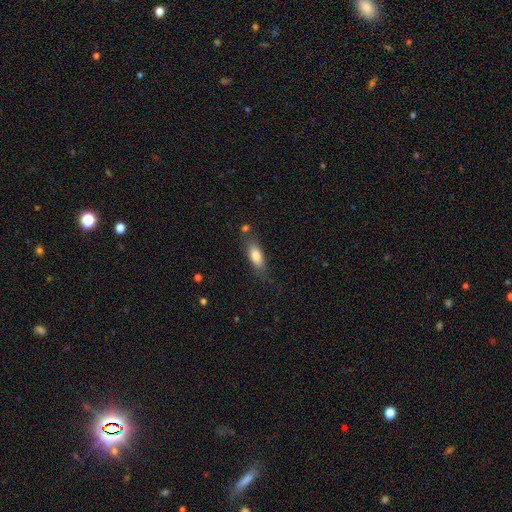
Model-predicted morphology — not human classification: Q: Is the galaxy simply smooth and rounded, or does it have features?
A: smooth — 78%.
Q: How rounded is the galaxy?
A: in between — 73%.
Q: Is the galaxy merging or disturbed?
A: none — 71%.